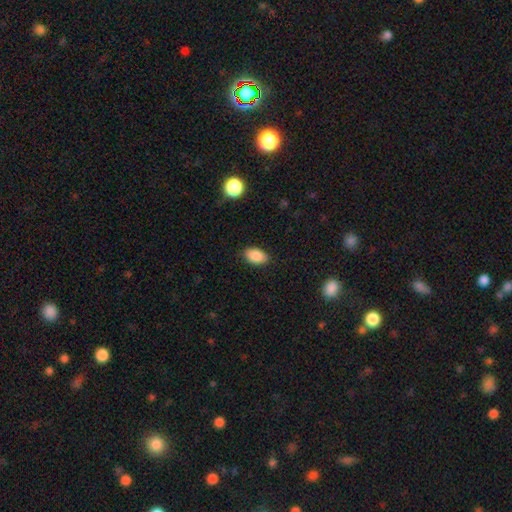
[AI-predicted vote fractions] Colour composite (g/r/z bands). It shows a smooth galaxy with no disk features (87%) that is in between round and cigar-shaped (90%). Merging: none (85%).